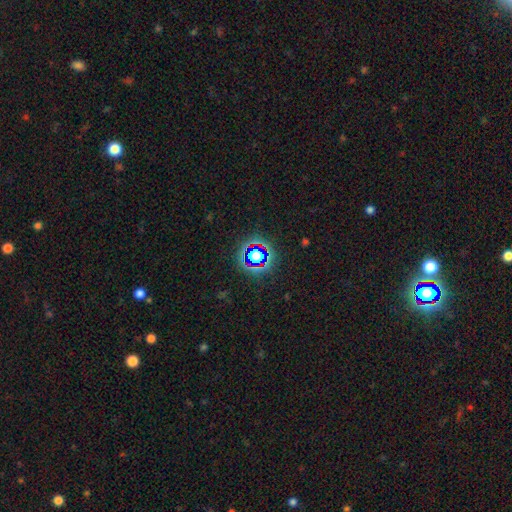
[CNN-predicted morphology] The model was most divided on "smooth or featured": star or artifact: 62%, smooth: 28%, featured or disk: 11%.